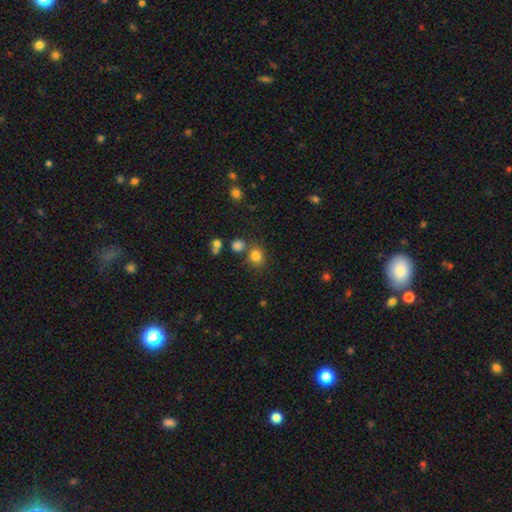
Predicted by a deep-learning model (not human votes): A smooth galaxy with no disk features (80%) that is round (75%).

Vote fractions:
- Smooth or featured? smooth: 80% / star or artifact: 14% / featured or disk: 6%
- How rounded? round: 75% / in between: 24% / cigar-shaped: 1%
- Merging? none: 70% / merger: 14% / minor disturbance: 11% / major disturbance: 4%